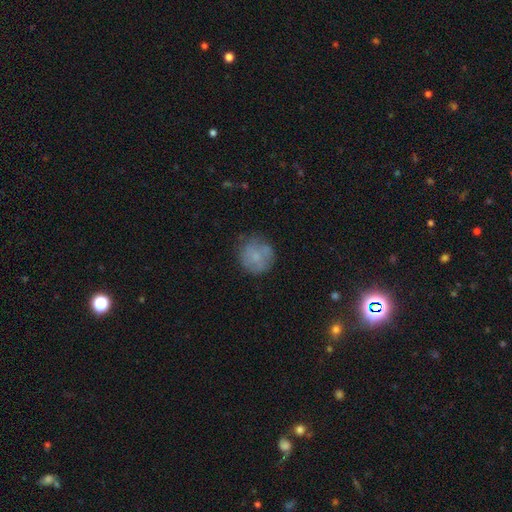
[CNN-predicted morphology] A smooth galaxy with no disk features (69%) that is round (90%). Merging: none (68%).